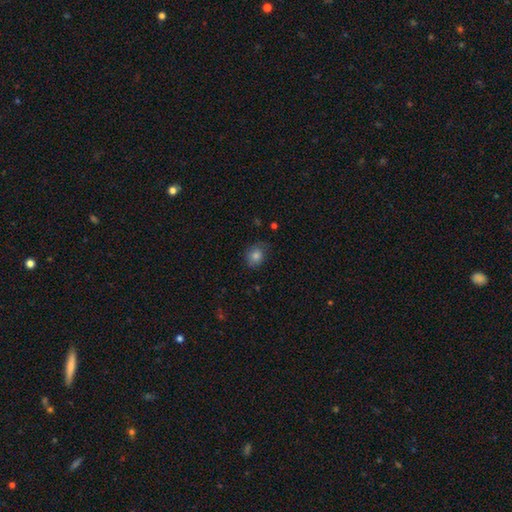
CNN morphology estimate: This is likely a smooth galaxy (80%). How rounded: likely round (61%). Merging: likely none (72%).